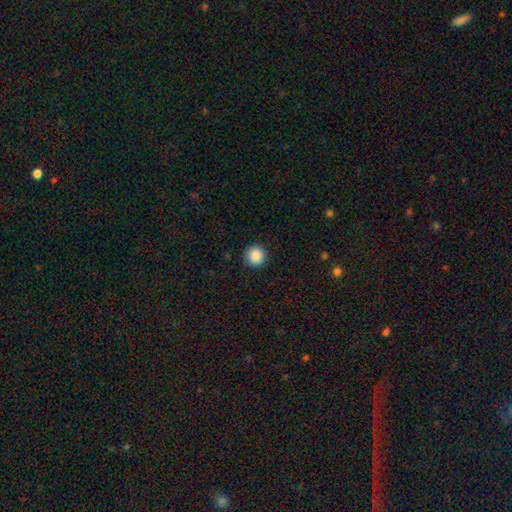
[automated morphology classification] Q: Smooth or featured?
A: smooth (88%); runner-up: star or artifact (9%)
Q: How rounded?
A: round (96%); runner-up: in between (3%)
Q: Merging?
A: none (92%); runner-up: minor disturbance (5%)